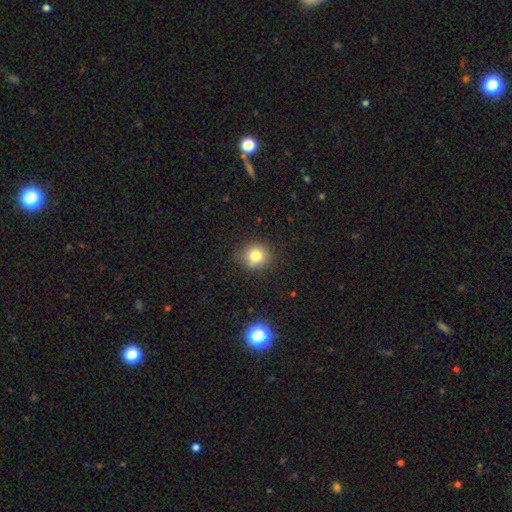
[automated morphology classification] smooth 80%, star or artifact 12%, featured or disk 7%. Down the decision tree: how rounded — round (86%); merging — none (80%).